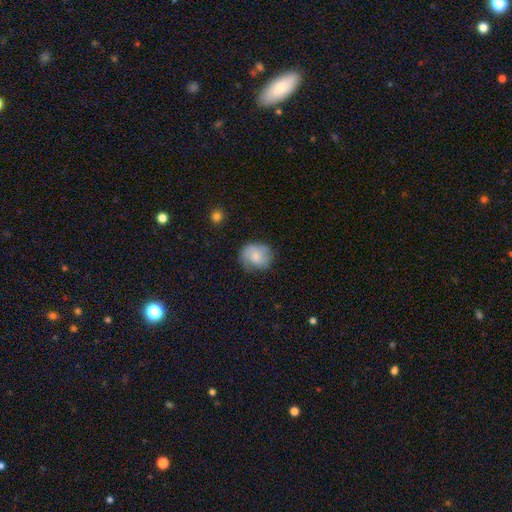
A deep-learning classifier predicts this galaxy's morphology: Smooth or featured?
  - smooth: 59% *
  - featured or disk: 33%
  - star or artifact: 7%
How rounded?
  - round: 75% *
  - in between: 24%
  - cigar-shaped: 1%
Merging?
  - none: 64% *
  - minor disturbance: 25%
  - major disturbance: 10%
  - merger: 1%